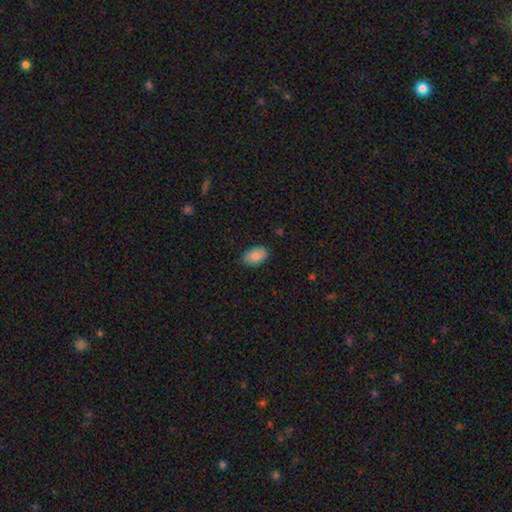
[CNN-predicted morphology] Smooth or featured? Predicted: smooth (p=0.88). How rounded? Predicted: in between (p=0.94). Merging? Predicted: none (p=0.87).